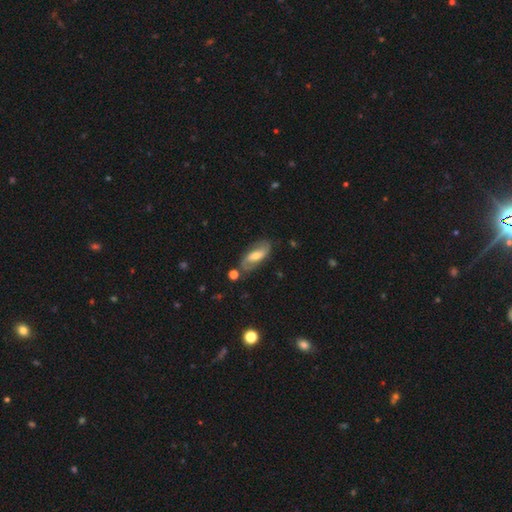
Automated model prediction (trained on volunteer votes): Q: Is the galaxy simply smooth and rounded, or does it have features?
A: featured or disk — 59%.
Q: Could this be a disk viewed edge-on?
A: no — 88%.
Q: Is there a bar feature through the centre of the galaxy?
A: weak — 42%.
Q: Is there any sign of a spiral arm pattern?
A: yes — 84%.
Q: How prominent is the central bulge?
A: moderate — 55%.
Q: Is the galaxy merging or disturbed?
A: none — 74%.